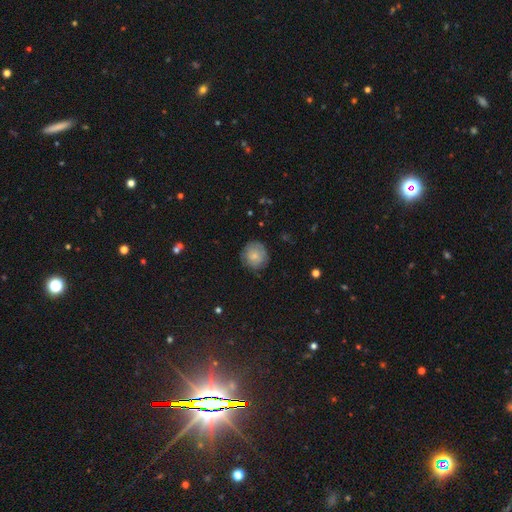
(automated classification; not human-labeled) smooth-or-featured: smooth: 74% | featured or disk: 17% | star or artifact: 9%
  how-rounded: round: 89% | in between: 10% | cigar-shaped: 1%
  merging: none: 79% | minor disturbance: 16% | major disturbance: 4% | merger: 1%